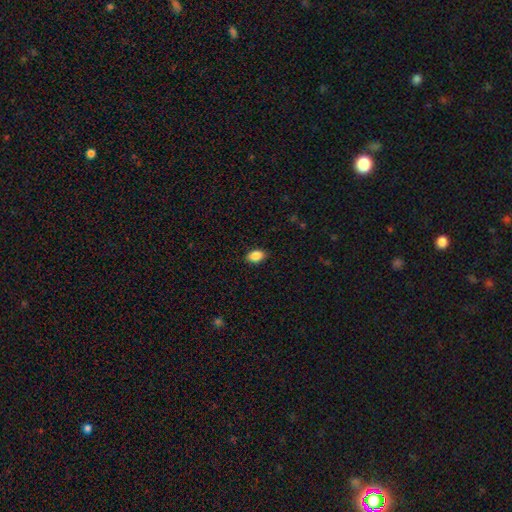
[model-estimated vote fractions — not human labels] The model was most divided on "how rounded": in between: 88%, round: 10%, cigar-shaped: 2%. More confident: smooth or featured — smooth (88%); merging — none (88%).